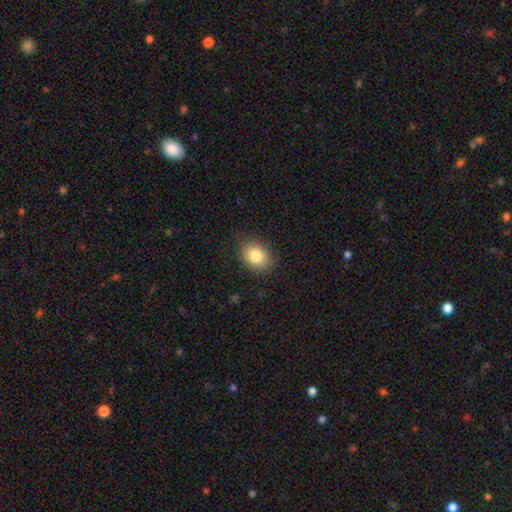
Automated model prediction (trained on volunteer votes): The model was most divided on "how rounded": in between: 59%, round: 40%, cigar-shaped: 1%. More confident: merging — none (85%); smooth or featured — smooth (82%).